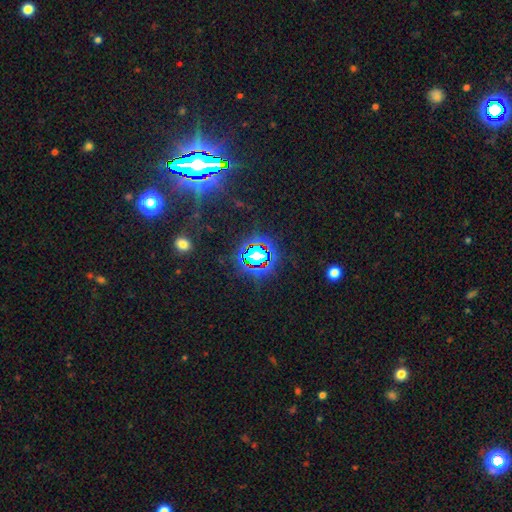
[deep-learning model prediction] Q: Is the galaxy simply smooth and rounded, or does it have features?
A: star or artifact — 74%.